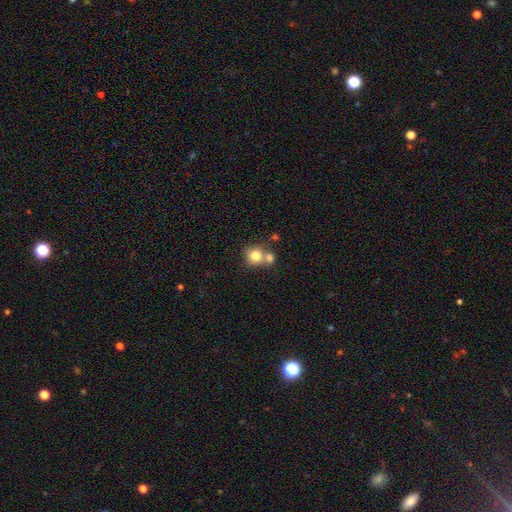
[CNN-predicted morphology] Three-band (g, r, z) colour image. It shows a smooth galaxy with no disk features (79%) that is round (84%). Merging: none (45%).